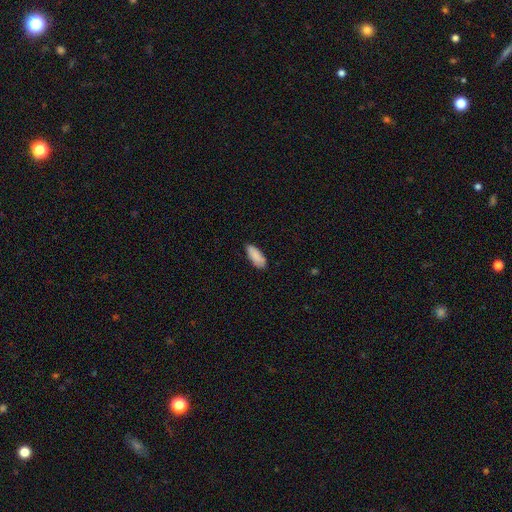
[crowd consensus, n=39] This appears to be a smooth galaxy with no disk features (90%) that is in between round and cigar-shaped (86%). Merging: none (83%).